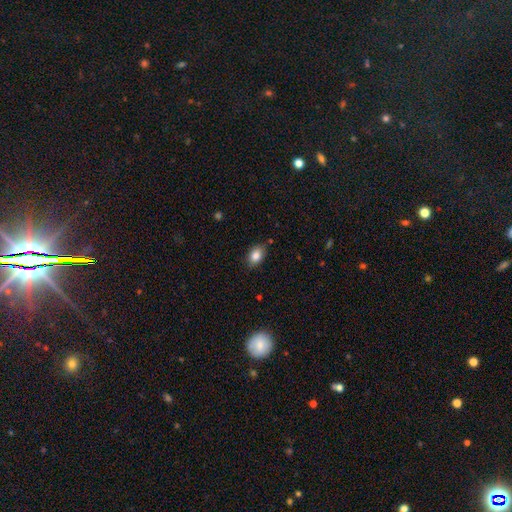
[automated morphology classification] A smooth galaxy with no disk features (84%) that is in between round and cigar-shaped (80%). Merging: none (82%).